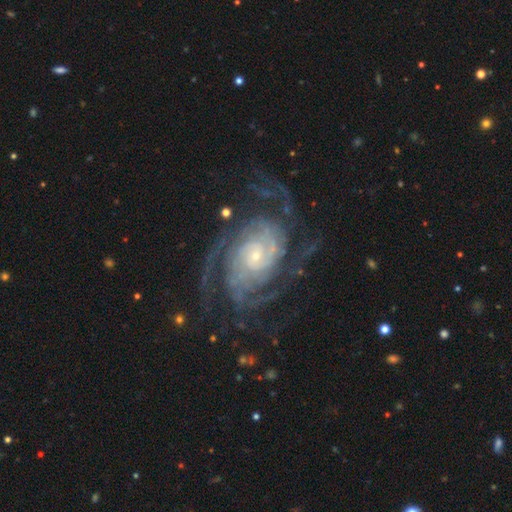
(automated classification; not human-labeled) A featured or disk galaxy (90%) with no bar (68%), 4 (22%) tight (64%) spiral arms (98%) and a small central bulge (74%).

Vote fractions:
- Smooth or featured? featured or disk: 90% / star or artifact: 6% / smooth: 4%
- Edge-on disk? no: 97% / yes: 3%
- Bar? no: 68% / weak: 23% / strong: 8%
- Spiral arms? yes: 98% / no: 2%
- Spiral winding? tight: 64% / medium: 29% / loose: 7%
- Spiral arm count? 4: 22% / can't tell: 21% / 2: 19% / 3: 18% / more than 4: 12% / 1: 8%
- Bulge size? small: 74% / moderate: 19% / large: 3% / none: 2% / dominant: 1%
- Merging? none: 69% / minor disturbance: 15% / major disturbance: 14% / merger: 2%